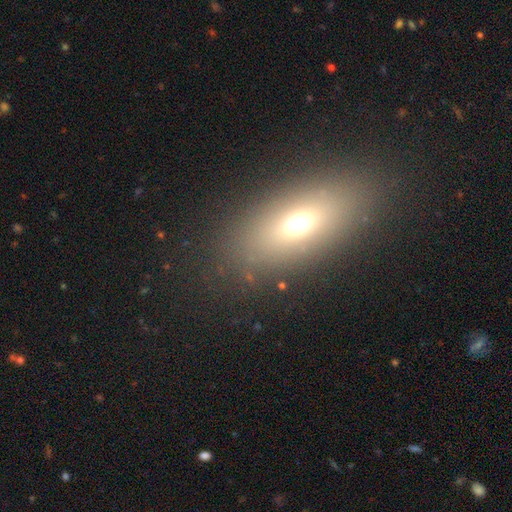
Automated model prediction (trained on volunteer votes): This appears to be a smooth galaxy with no disk features (62%) that is in between round and cigar-shaped (76%). Merging: none (84%).